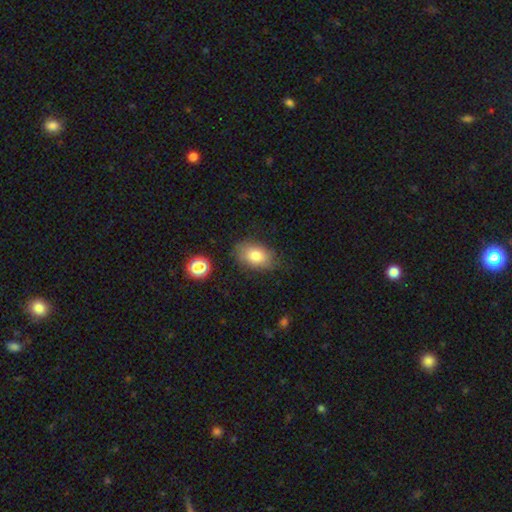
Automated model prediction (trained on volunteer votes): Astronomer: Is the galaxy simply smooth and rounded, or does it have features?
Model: smooth — 78%.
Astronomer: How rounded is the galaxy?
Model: in between — 86%.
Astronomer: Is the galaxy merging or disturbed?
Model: none — 74%.